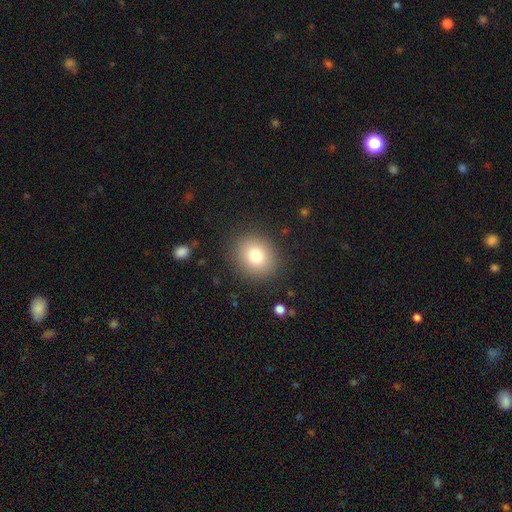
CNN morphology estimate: Smooth or featured? Predicted: smooth (p=0.79). How rounded? Predicted: round (p=0.74). Merging? Predicted: none (p=0.88).